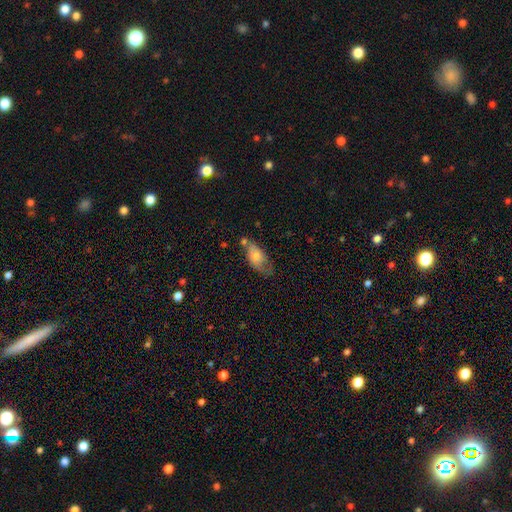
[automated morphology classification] smooth 66%, featured or disk 26%, star or artifact 8%. Down the decision tree: how rounded — in between (88%); merging — none (37%).